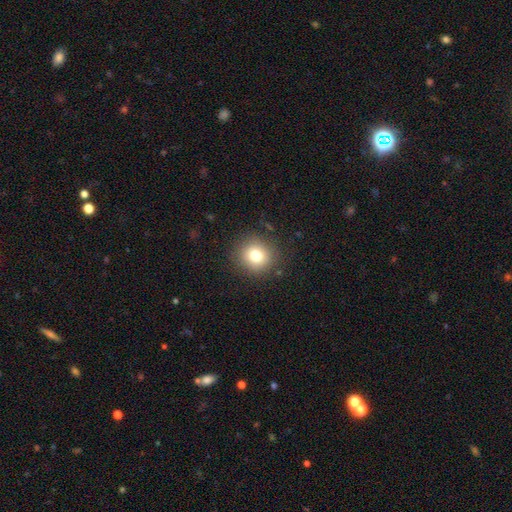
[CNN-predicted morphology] smooth 79%, star or artifact 12%, featured or disk 9%. Down the decision tree: how rounded — round (89%); merging — none (88%).